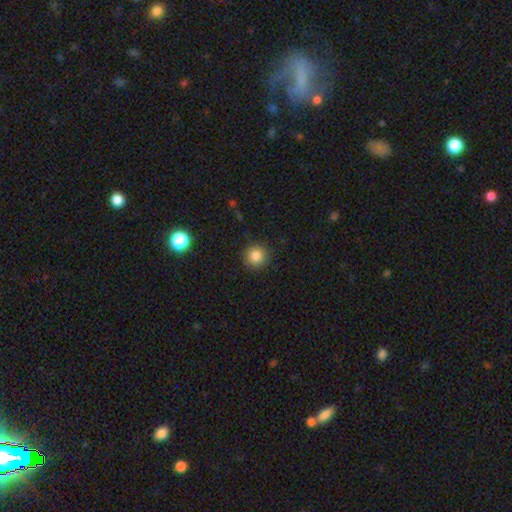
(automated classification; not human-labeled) Overall: smooth (84%). How rounded: round (94%). Merging: none (90%).